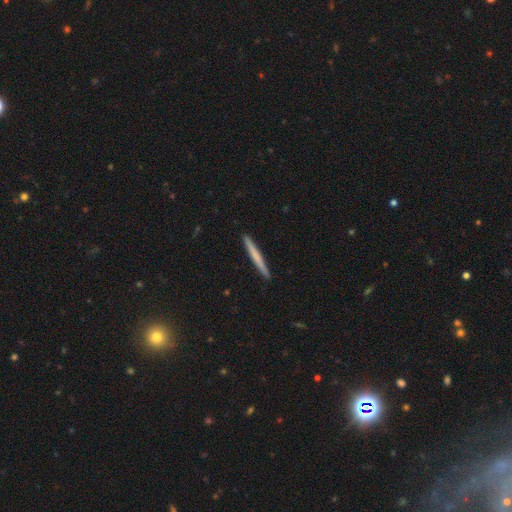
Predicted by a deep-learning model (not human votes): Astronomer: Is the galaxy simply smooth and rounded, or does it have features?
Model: smooth — 60% (runner-up: featured or disk, 35%).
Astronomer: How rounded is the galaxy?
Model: cigar-shaped — 97%.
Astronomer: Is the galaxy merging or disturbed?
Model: none — 93%.